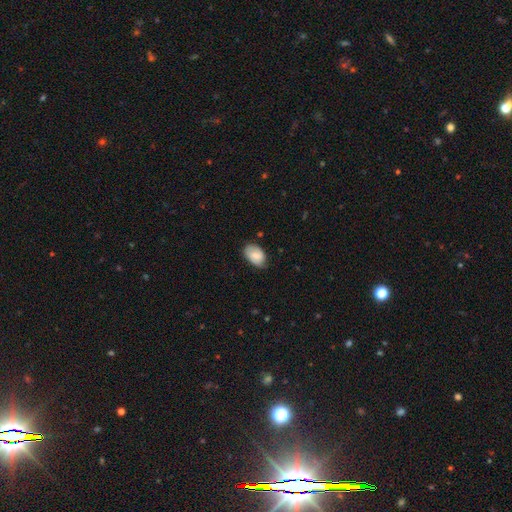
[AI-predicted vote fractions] This is likely a smooth galaxy (67%). How rounded: clearly in between (89%). Merging: likely none (68%).